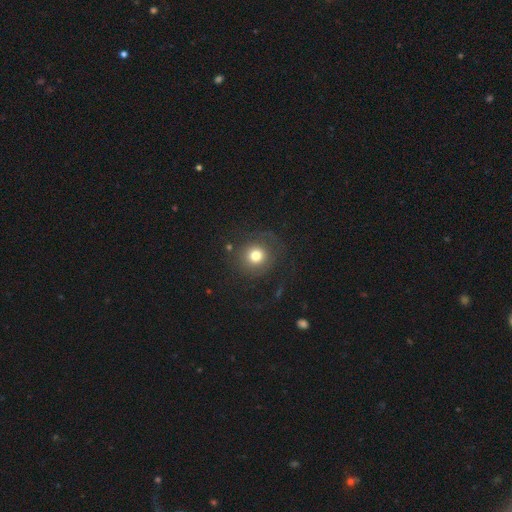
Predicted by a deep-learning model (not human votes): Smooth or featured? smooth (72%)
How rounded? round (92%)
Merging? none (76%)